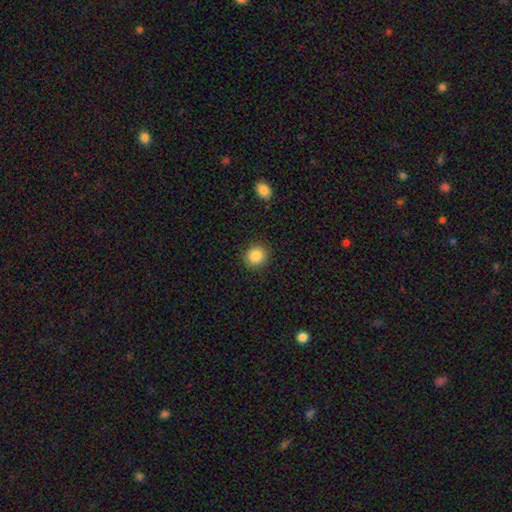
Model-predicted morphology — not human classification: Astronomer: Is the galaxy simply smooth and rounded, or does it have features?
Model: smooth — 86%.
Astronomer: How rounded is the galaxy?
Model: round — 88%.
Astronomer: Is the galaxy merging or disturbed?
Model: none — 91%.